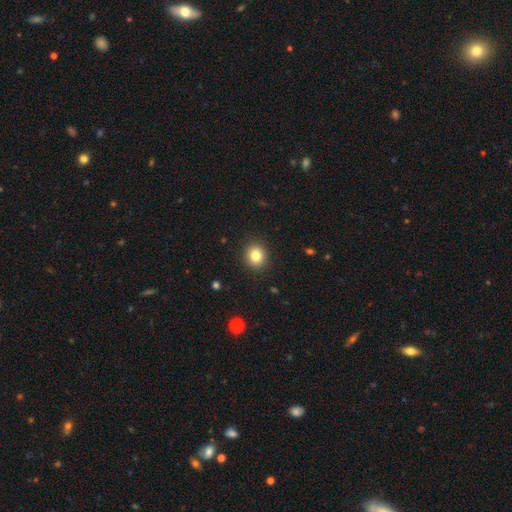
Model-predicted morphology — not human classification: This appears to be a smooth galaxy with no disk features (82%) that is round (83%). Merging: none (91%).